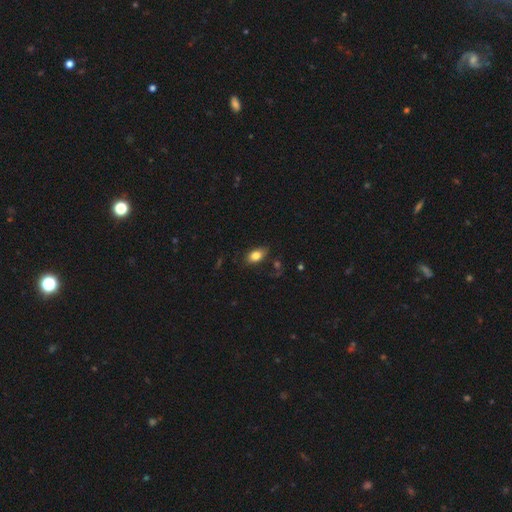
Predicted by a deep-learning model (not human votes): A smooth galaxy with no disk features (82%) that is in between round and cigar-shaped (88%). Merging: none (78%).